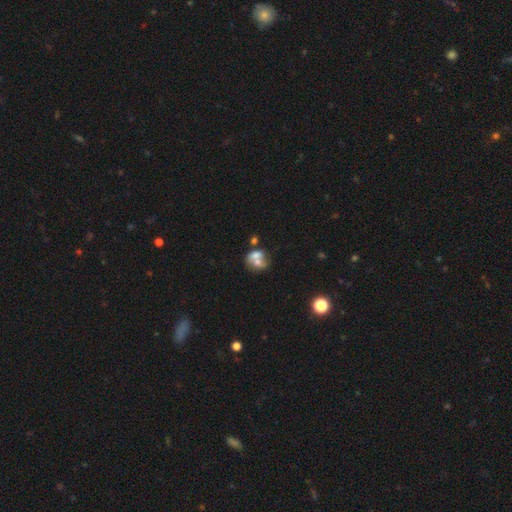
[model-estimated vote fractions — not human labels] smooth-or-featured: smooth: 53% | featured or disk: 36% | star or artifact: 10%
  how-rounded: in between: 54% | round: 44% | cigar-shaped: 2%
  merging: merger: 64% | none: 20% | minor disturbance: 8% | major disturbance: 7%